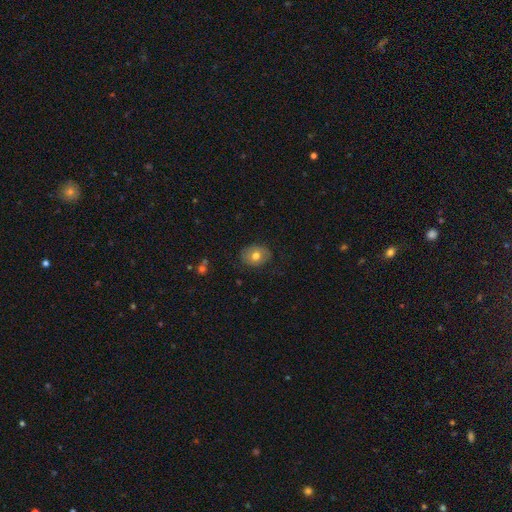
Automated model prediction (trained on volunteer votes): Morphology: type=smooth (71%); roundness=in between (53%); merging=none (82%).